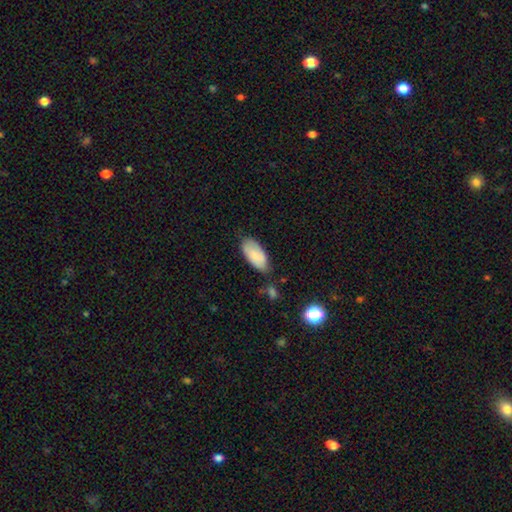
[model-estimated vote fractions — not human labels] smooth_or_featured: smooth (p=0.83) [alt: featured or disk p=0.11]
how_rounded: in between (p=0.93) [alt: cigar-shaped p=0.06]
merging: none (p=0.70) [alt: minor disturbance p=0.21]